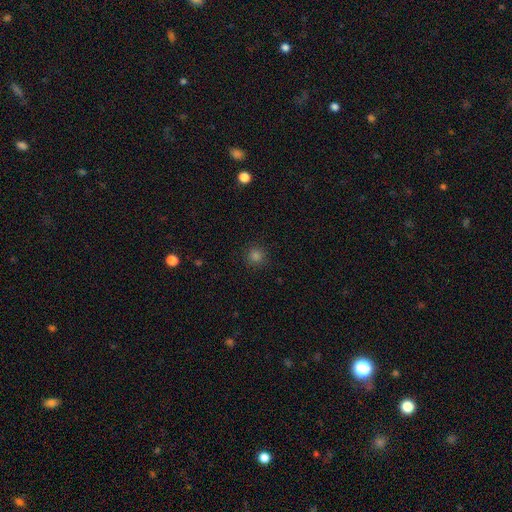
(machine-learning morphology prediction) A smooth galaxy with no disk features (79%) that is round (95%). Merging: none (91%).